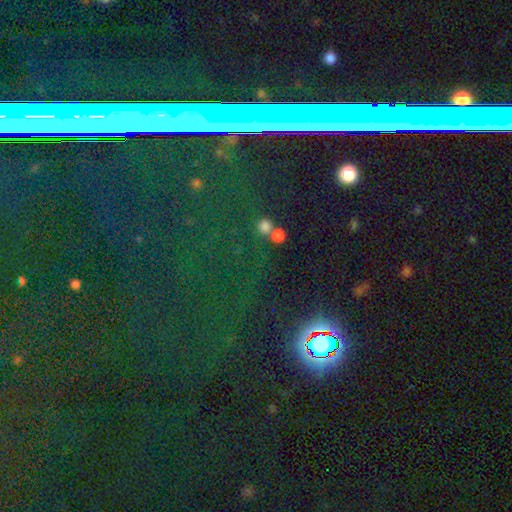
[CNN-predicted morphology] The model was most divided on "smooth or featured": star or artifact: 81%, smooth: 11%, featured or disk: 8%.